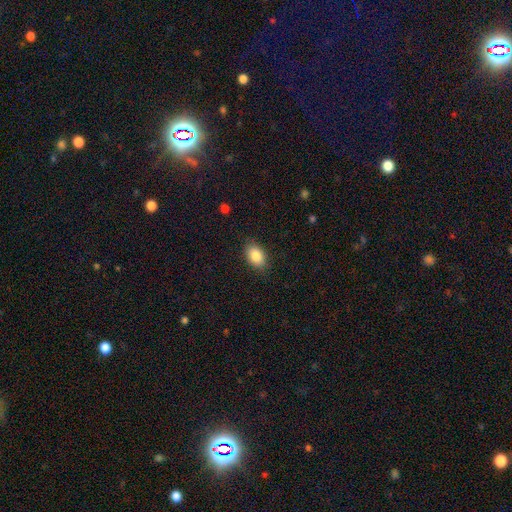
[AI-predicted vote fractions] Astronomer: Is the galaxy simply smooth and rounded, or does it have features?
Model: smooth — 86%.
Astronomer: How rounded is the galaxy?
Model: in between — 88%.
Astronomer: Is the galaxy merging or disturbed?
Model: none — 85%.